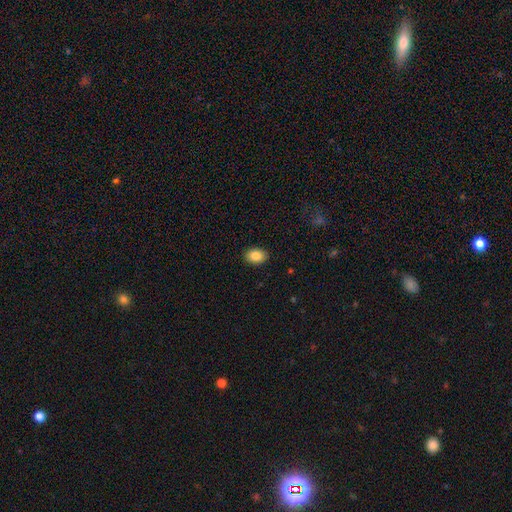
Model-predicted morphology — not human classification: smooth-or-featured: smooth: 86% | star or artifact: 8% | featured or disk: 6%
  how-rounded: in between: 78% | round: 21% | cigar-shaped: 1%
  merging: none: 90% | minor disturbance: 8% | major disturbance: 2% | merger: 1%